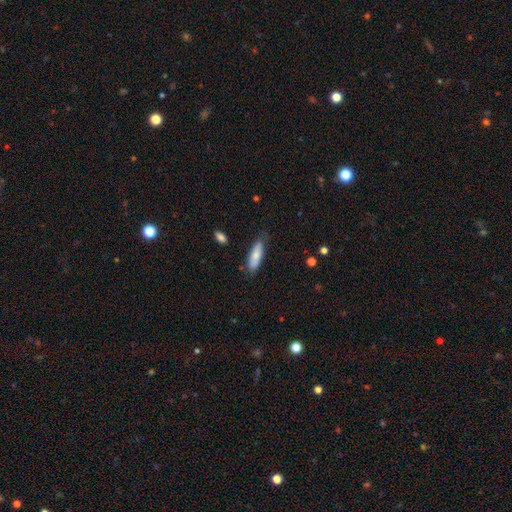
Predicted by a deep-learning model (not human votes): A smooth galaxy with no disk features (80%) that is in between round and cigar-shaped (52%). Merging: none (77%).